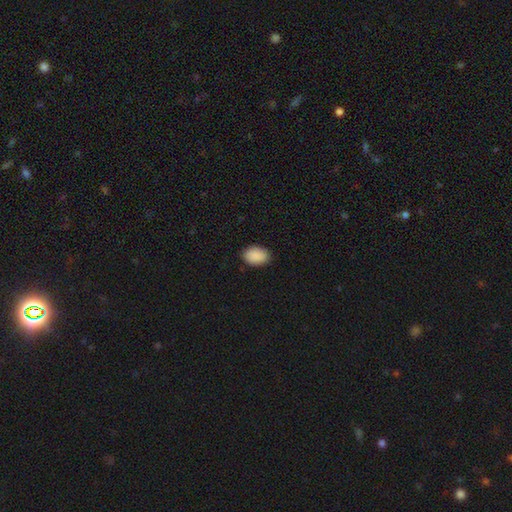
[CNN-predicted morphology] A smooth galaxy with no disk features (91%) that is in between round and cigar-shaped (86%). Merging: none (86%).